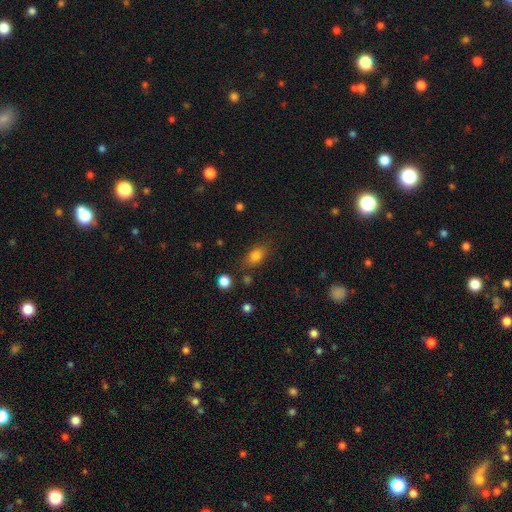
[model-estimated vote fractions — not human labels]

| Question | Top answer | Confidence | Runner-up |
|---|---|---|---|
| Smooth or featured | smooth | 81% | star or artifact (11%) |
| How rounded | in between | 79% | round (17%) |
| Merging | none | 76% | minor disturbance (15%) |